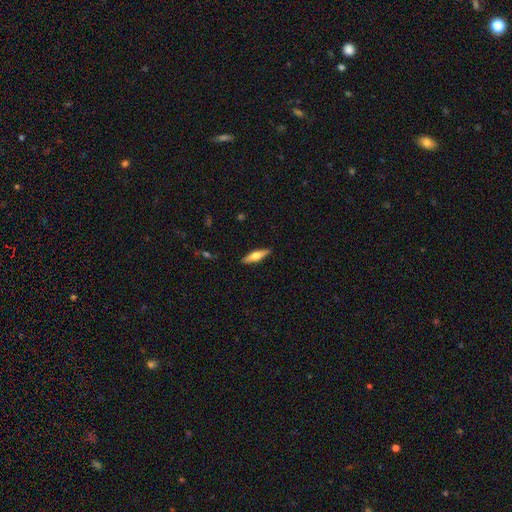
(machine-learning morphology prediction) Q: Smooth or featured?
A: featured or disk (53%); runner-up: smooth (41%)
Q: Edge-on disk?
A: yes (94%); runner-up: no (6%)
Q: Edge-on bulge?
A: rounded (93%); runner-up: boxy (4%)
Q: Merging?
A: none (90%); runner-up: minor disturbance (7%)